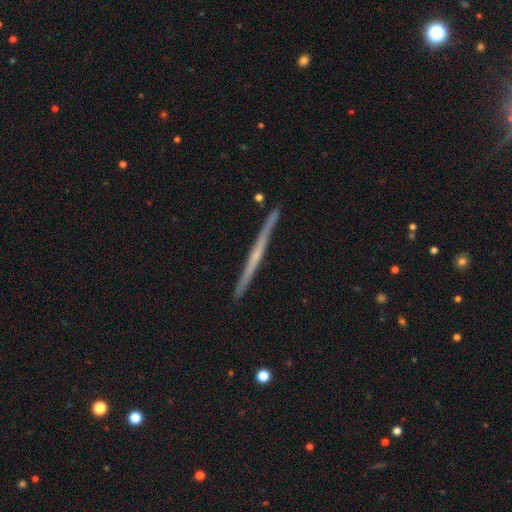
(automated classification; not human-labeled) A featured or disk galaxy (69%) viewed edge-on (98%) with no central bulge (73%). Merging: none (91%).